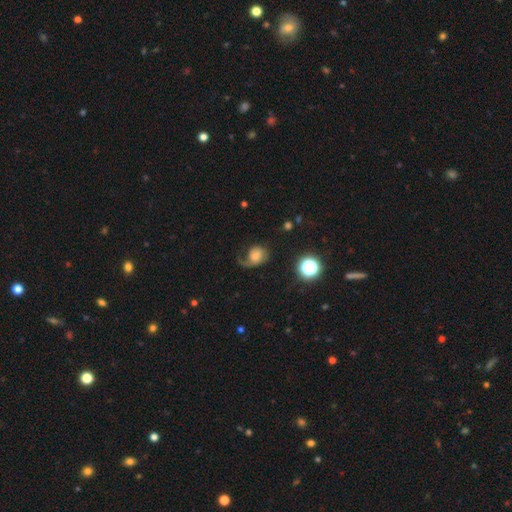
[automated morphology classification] smooth-or-featured: featured or disk: 44% | smooth: 43% | star or artifact: 12%
  merging: major disturbance: 43% | none: 32% | minor disturbance: 22% | merger: 3%